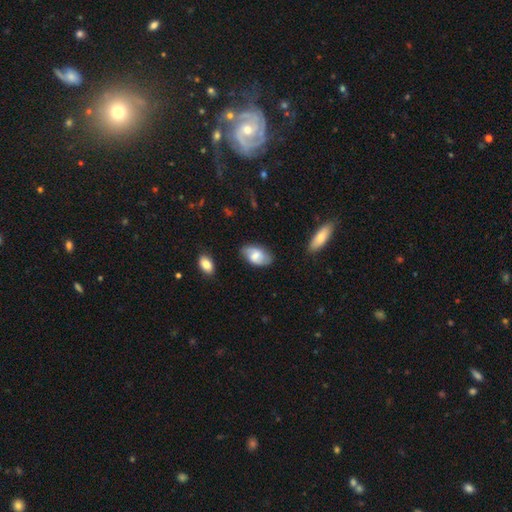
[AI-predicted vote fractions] Morphology: type=smooth (52%); roundness=in between (92%); merging=none (75%).